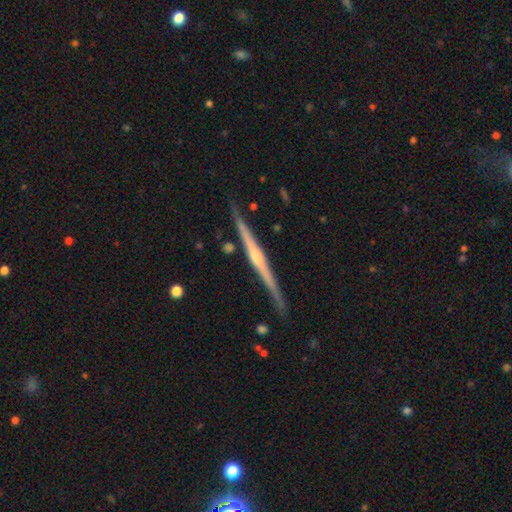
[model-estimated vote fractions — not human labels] featured or disk 80%, smooth 15%, star or artifact 5%. Down the decision tree: edge-on disk — yes (98%); edge-on bulge — rounded (62%); merging — none (86%).